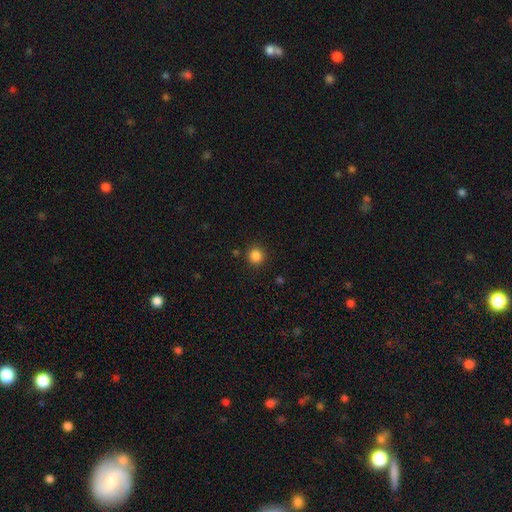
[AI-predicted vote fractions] Morphology: type=smooth (85%); roundness=round (91%); merging=none (89%).